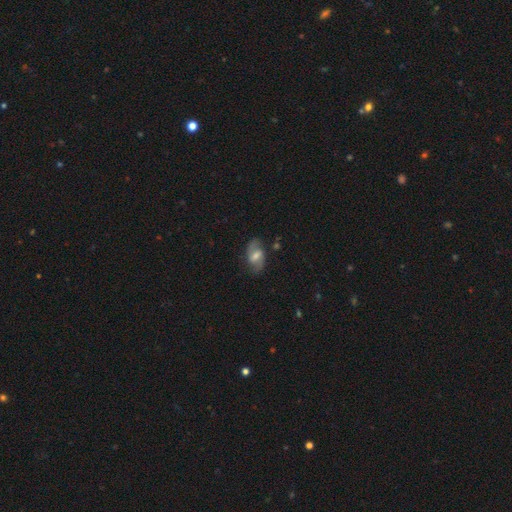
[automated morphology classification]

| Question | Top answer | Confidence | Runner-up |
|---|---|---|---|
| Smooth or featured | featured or disk | 70% | smooth (23%) |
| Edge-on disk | no | 96% | yes (4%) |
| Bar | weak | 55% | strong (26%) |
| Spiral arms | yes | 90% | no (10%) |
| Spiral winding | medium | 47% | loose (36%) |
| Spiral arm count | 2 | 89% | can't tell (6%) |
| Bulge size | moderate | 48% | small (34%) |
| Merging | none | 78% | minor disturbance (15%) |